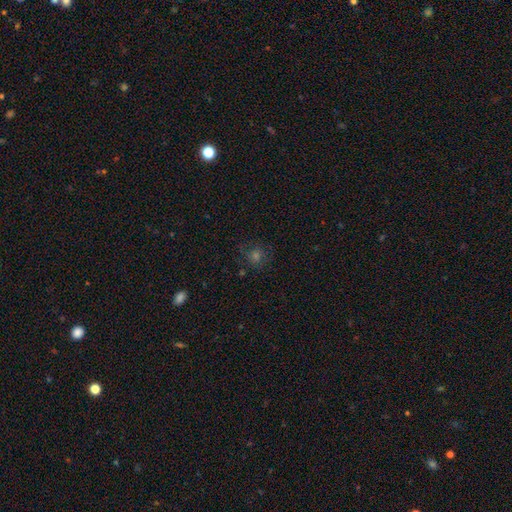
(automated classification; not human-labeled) Smooth or featured? smooth (50%)
How rounded? round (89%)
Merging? none (81%)